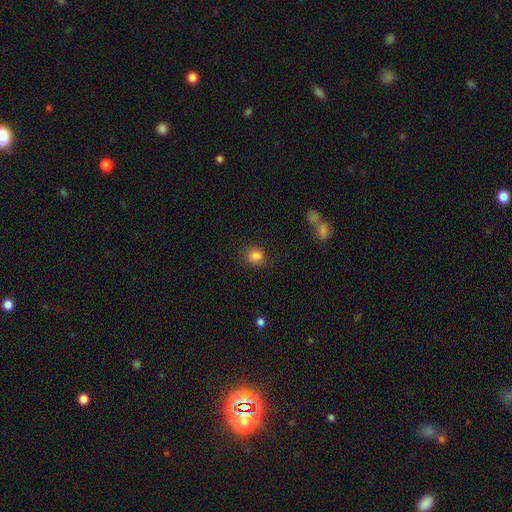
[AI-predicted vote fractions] Morphology: type=smooth (83%); roundness=round (57%); merging=none (76%).